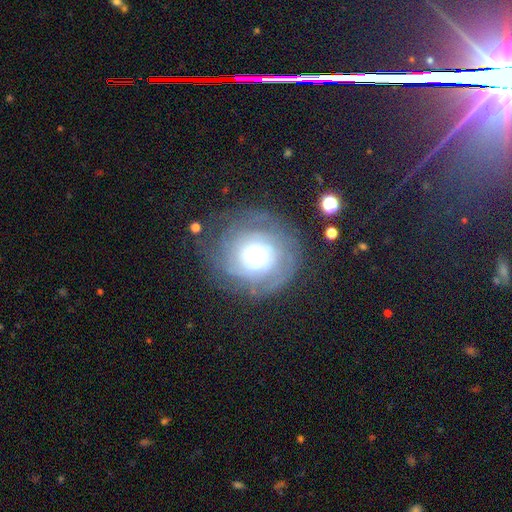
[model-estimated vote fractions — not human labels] smooth_or_featured: featured or disk (p=0.71) [alt: smooth p=0.21]
disk_edge_on: no (p=0.97) [alt: yes p=0.03]
bar: no (p=0.82) [alt: weak p=0.14]
has_spiral_arms: yes (p=0.85) [alt: no p=0.15]
spiral_winding: tight (p=0.75) [alt: medium p=0.18]
spiral_arm_count: can't tell (p=0.47) [alt: 2 p=0.16]
bulge_size: moderate (p=0.54) [alt: small p=0.26]
merging: none (p=0.74) [alt: minor disturbance p=0.15]